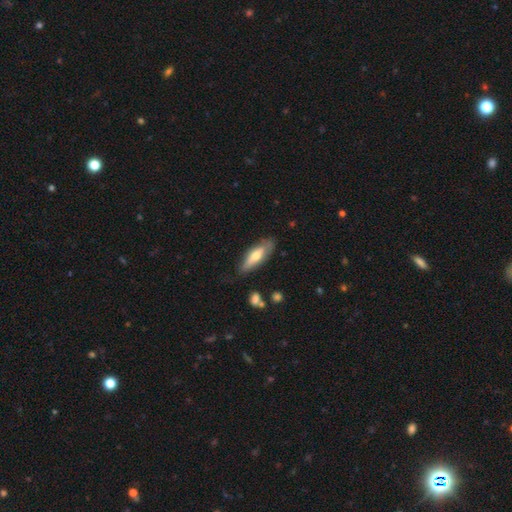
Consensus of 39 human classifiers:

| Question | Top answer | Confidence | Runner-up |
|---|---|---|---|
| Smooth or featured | smooth | 59% | featured or disk (36%) |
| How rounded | in between | 52% | cigar-shaped (48%) |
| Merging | none | 73% | minor disturbance (24%) |